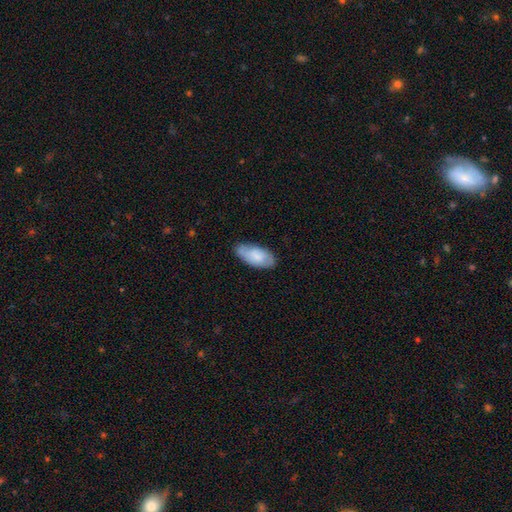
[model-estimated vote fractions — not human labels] smooth_or_featured: smooth (p=0.64) [alt: featured or disk p=0.30]
how_rounded: in between (p=0.92) [alt: cigar-shaped p=0.06]
merging: none (p=0.72) [alt: minor disturbance p=0.22]